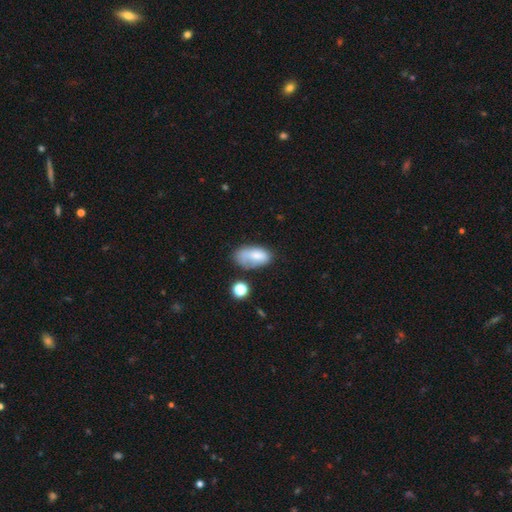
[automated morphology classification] Smooth or featured? Predicted: smooth (p=0.75). How rounded? Predicted: in between (p=0.91). Merging? Predicted: none (p=0.45).